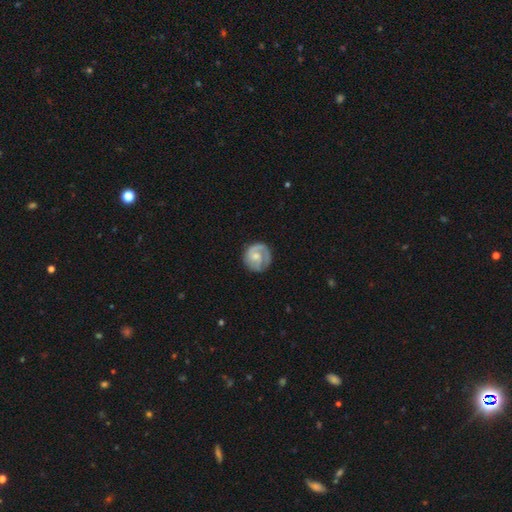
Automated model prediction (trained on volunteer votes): The model was most divided on "spiral arm count": 2: 39%, 1: 37%, can't tell: 15%, 3: 6%, 4: 2%, more than 4: 2%. Remaining: edge-on disk — no (98%); spiral arms — yes (87%); merging — none (74%); smooth or featured — featured or disk (65%); bar — no (62%); spiral winding — tight (53%); bulge size — moderate (45%).